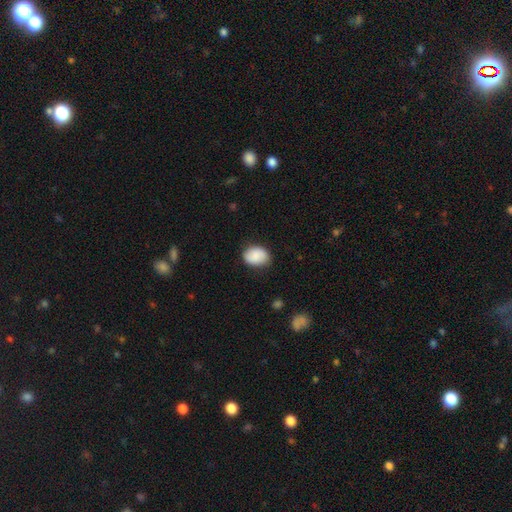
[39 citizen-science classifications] Overall: smooth (87%). How rounded: in between (76%). Merging: none (82%).